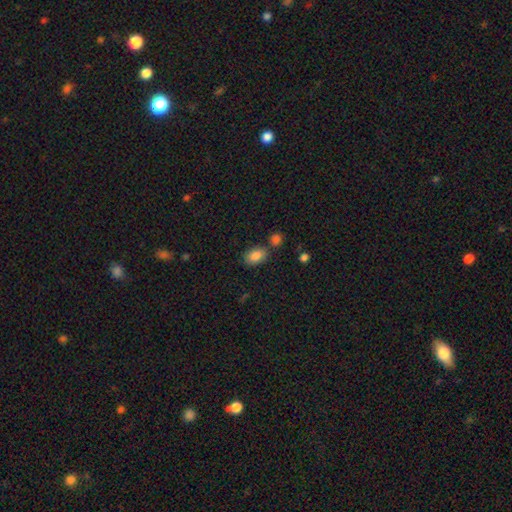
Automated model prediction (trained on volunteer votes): Smooth or featured: smooth — 86% (star or artifact — 8%)
How rounded: in between — 87% (round — 11%)
Merging: none — 68% (merger — 14%)